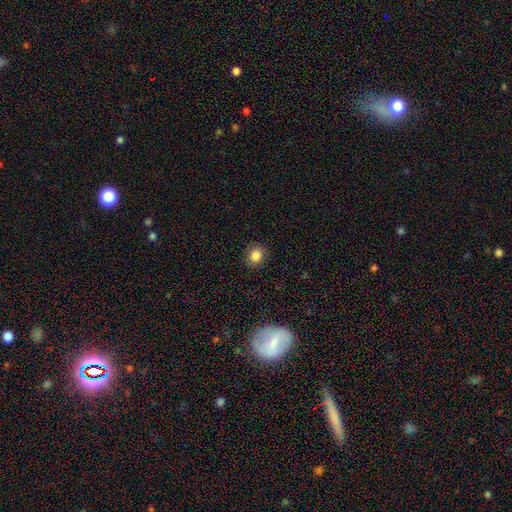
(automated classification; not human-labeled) A smooth galaxy with no disk features (85%) that is round (52%). Merging: none (85%).